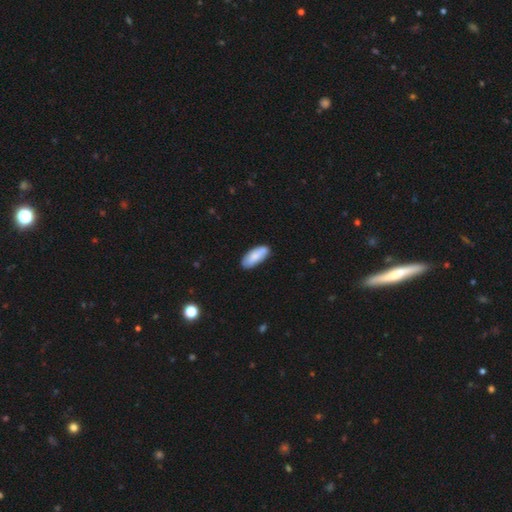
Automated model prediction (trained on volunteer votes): The model was most divided on "how rounded": in between: 79%, cigar-shaped: 19%, round: 2%. More confident: merging — none (82%); smooth or featured — smooth (82%).